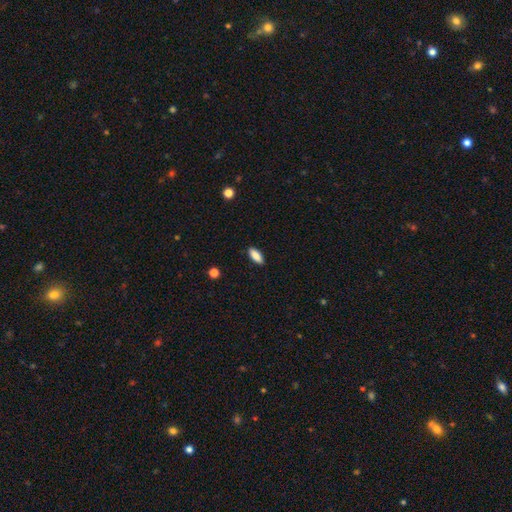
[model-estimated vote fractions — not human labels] This appears to be a smooth galaxy with no disk features (87%) that is in between round and cigar-shaped (78%). Merging: none (89%).